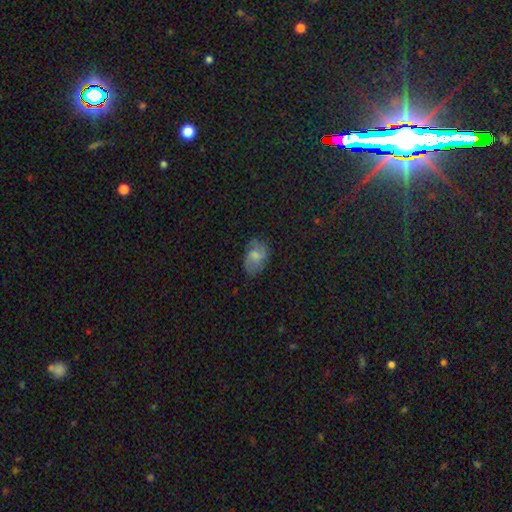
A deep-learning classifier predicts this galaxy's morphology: This is possibly a smooth galaxy (50%). Merging: likely none (68%).